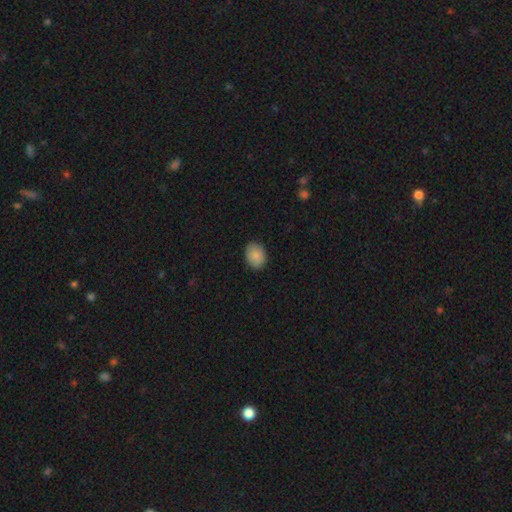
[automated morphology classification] smooth 87%, star or artifact 8%, featured or disk 5%. Down the decision tree: how rounded — in between (67%); merging — none (88%).